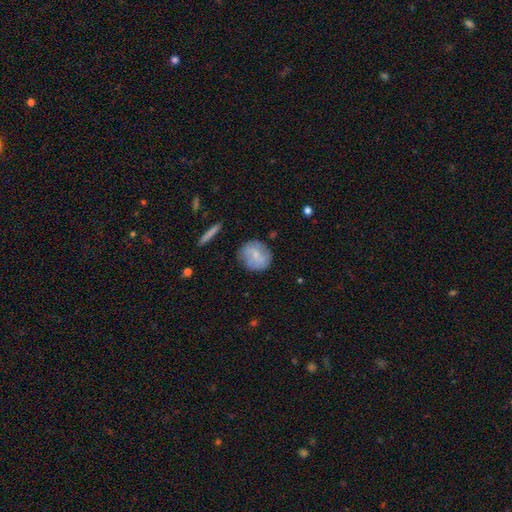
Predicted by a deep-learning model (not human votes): Morphology: type=smooth (56%); roundness=round (85%); merging=none (76%).